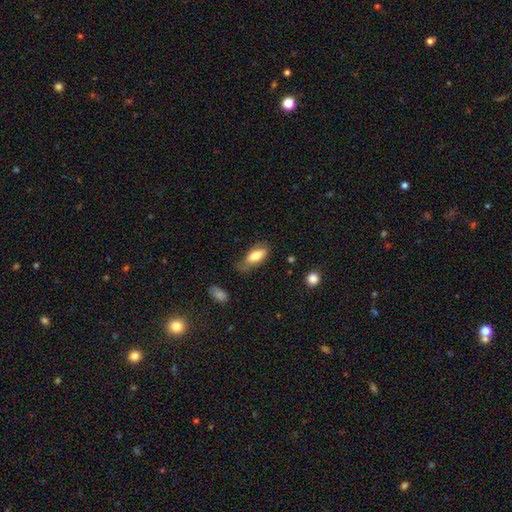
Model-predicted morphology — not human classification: The model was most divided on "merging": none: 50%, minor disturbance: 33%, major disturbance: 14%, merger: 3%. More confident: how rounded — in between (83%); smooth or featured — smooth (78%).